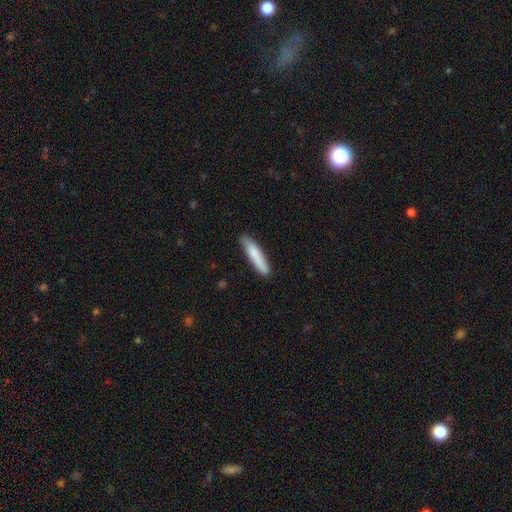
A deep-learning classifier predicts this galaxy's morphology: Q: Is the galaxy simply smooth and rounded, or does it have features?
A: smooth — 78%.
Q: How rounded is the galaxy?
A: cigar-shaped — 88%.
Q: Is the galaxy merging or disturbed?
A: none — 83%.